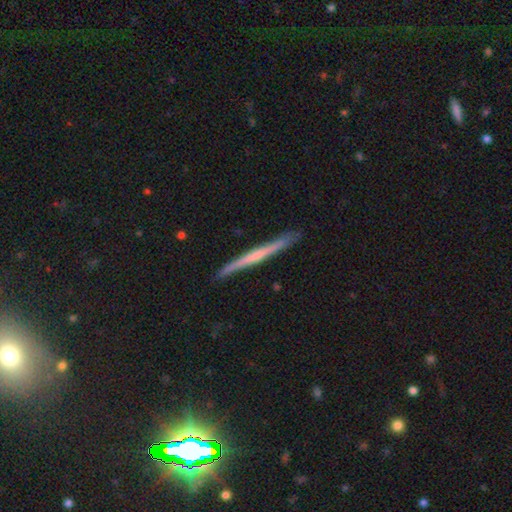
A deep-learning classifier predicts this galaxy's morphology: A featured or disk galaxy (60%) viewed edge-on (97%) with no central bulge (64%). Merging: none (89%).